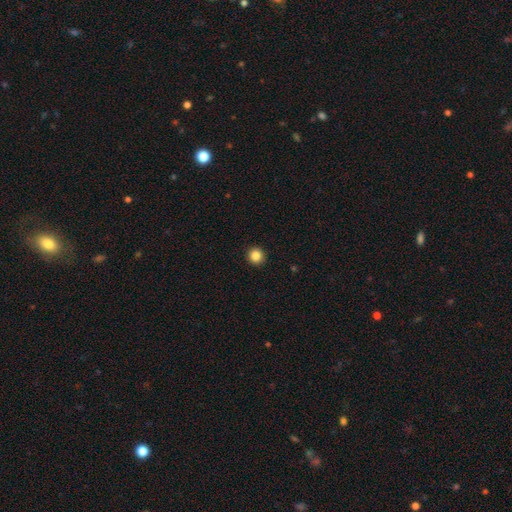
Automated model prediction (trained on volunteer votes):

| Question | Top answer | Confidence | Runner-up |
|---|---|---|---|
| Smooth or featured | smooth | 85% | star or artifact (11%) |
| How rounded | round | 93% | in between (6%) |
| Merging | none | 93% | minor disturbance (4%) |